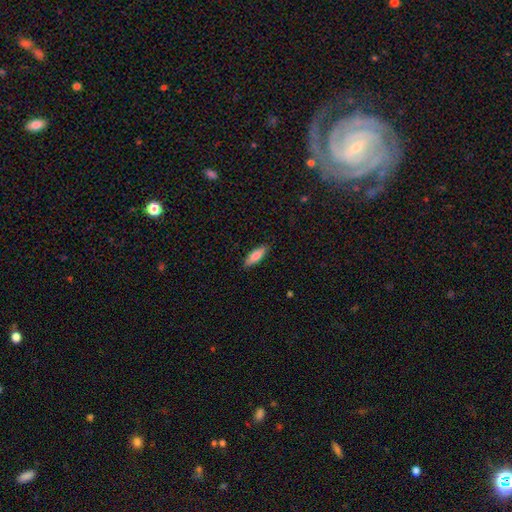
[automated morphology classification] This appears to be a smooth galaxy with no disk features (81%) that is in between round and cigar-shaped (57%). Merging: none (87%).